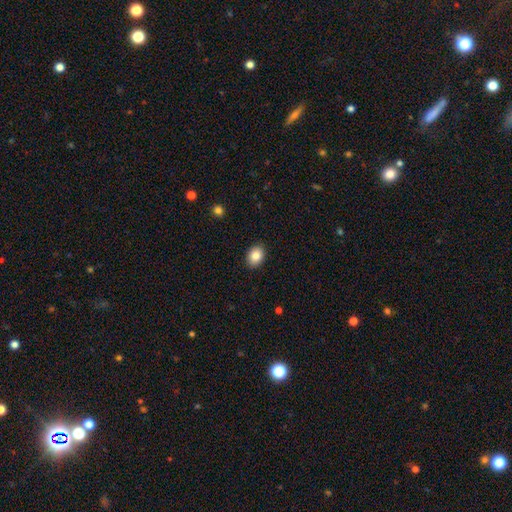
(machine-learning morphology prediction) Smooth or featured? Predicted: smooth (p=0.85). How rounded? Predicted: in between (p=0.67). Merging? Predicted: none (p=0.90).